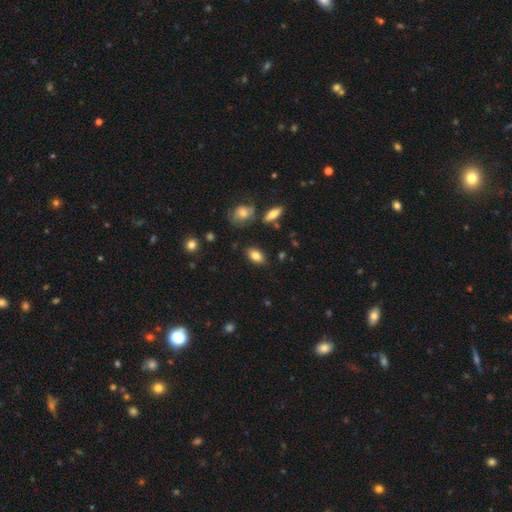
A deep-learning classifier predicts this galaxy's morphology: A smooth galaxy with no disk features (82%) that is in between round and cigar-shaped (88%).

Vote fractions:
- Smooth or featured? smooth: 82% / featured or disk: 10% / star or artifact: 9%
- How rounded? in between: 88% / round: 8% / cigar-shaped: 4%
- Merging? none: 83% / minor disturbance: 12% / major disturbance: 3% / merger: 2%